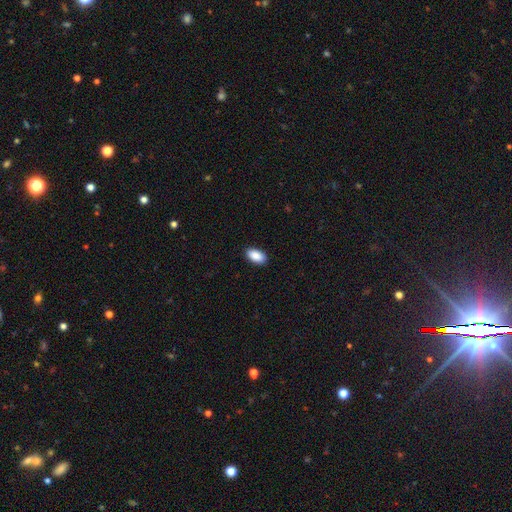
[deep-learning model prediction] The model was most divided on "merging": none: 90%, minor disturbance: 8%, major disturbance: 2%, merger: 1%. More confident: how rounded — in between (95%); smooth or featured — smooth (91%).